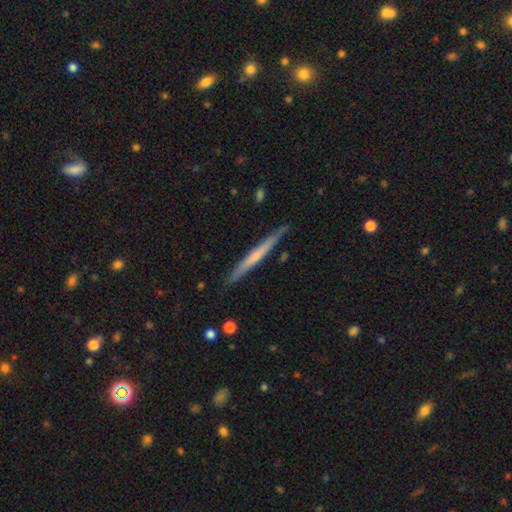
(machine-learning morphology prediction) smooth_or_featured: featured or disk (p=0.53) [alt: smooth p=0.42]
disk_edge_on: yes (p=0.97) [alt: no p=0.03]
edge_on_bulge: none (p=0.69) [alt: rounded p=0.24]
merging: none (p=0.89) [alt: minor disturbance p=0.08]